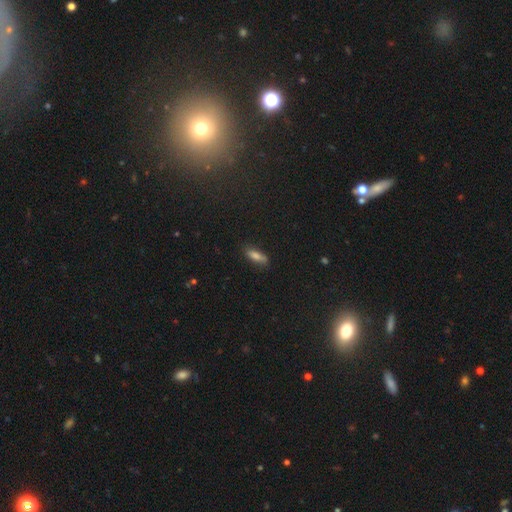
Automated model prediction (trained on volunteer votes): Q: Smooth or featured?
A: smooth (77%); runner-up: featured or disk (12%)
Q: How rounded?
A: in between (60%); runner-up: cigar-shaped (37%)
Q: Merging?
A: none (79%); runner-up: minor disturbance (16%)